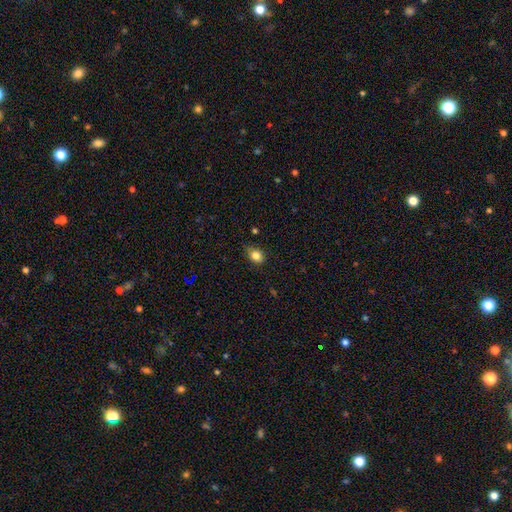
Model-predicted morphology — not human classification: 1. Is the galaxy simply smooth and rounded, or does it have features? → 83% smooth, 11% star or artifact, 6% featured or disk.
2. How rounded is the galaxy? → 58% in between, 41% round, 1% cigar-shaped.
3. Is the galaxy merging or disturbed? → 76% none, 19% minor disturbance, 3% major disturbance, 1% merger.